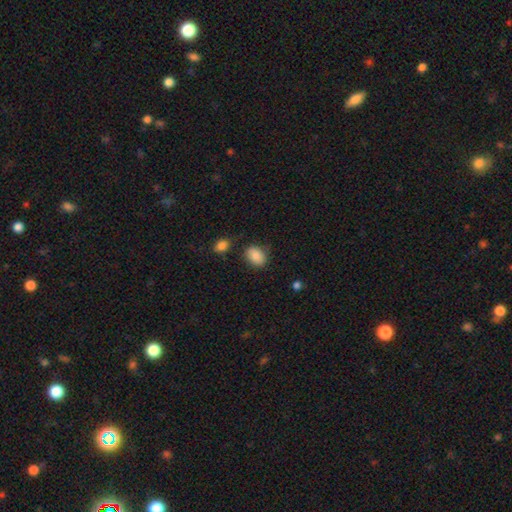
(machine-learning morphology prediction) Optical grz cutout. It shows a smooth galaxy with no disk features (87%) that is in between round and cigar-shaped (72%). Merging: none (74%).